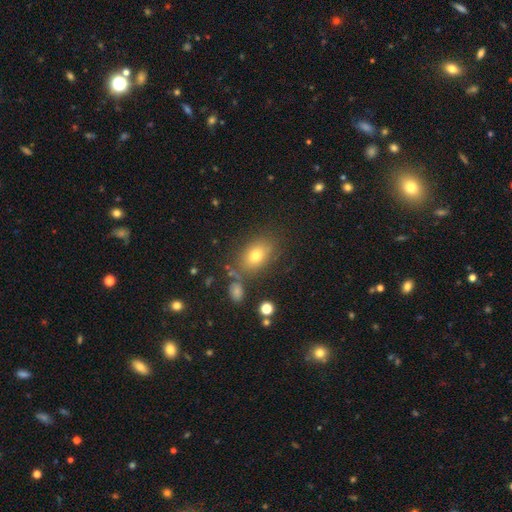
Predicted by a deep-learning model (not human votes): The model was most divided on "merging": none: 74%, minor disturbance: 14%, merger: 7%, major disturbance: 5%. More confident: how rounded — in between (79%); smooth or featured — smooth (74%).